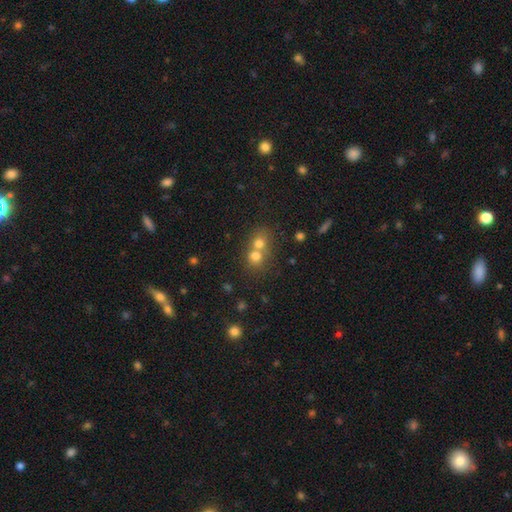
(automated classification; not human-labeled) This appears to be a smooth galaxy with no disk features (71%) that is round (77%). Merging: merger (61%).